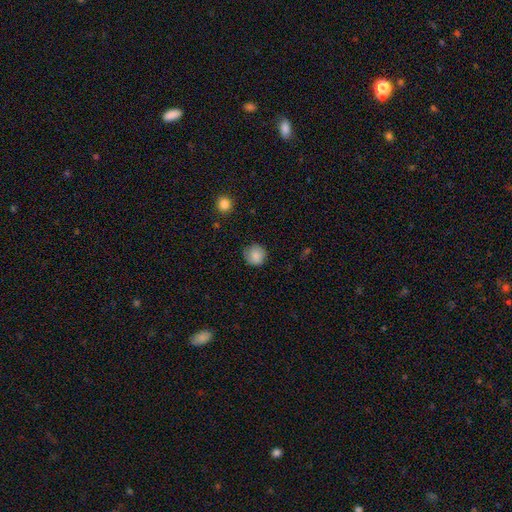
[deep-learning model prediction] A smooth galaxy with no disk features (86%) that is round (92%). Merging: none (83%).